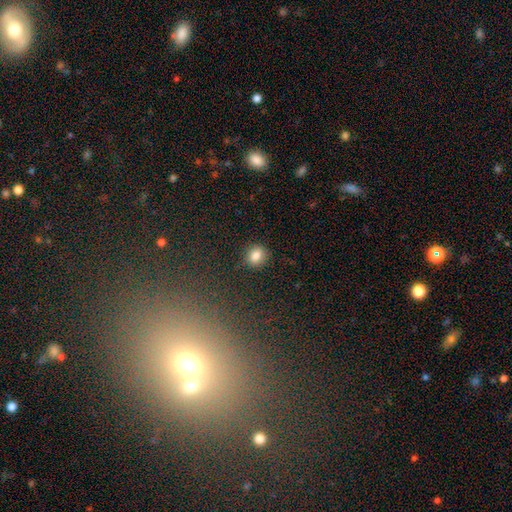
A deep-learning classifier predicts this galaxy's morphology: smooth-or-featured: smooth: 83% | star or artifact: 11% | featured or disk: 6%
  how-rounded: round: 76% | in between: 22% | cigar-shaped: 1%
  merging: none: 88% | minor disturbance: 8% | major disturbance: 3% | merger: 2%